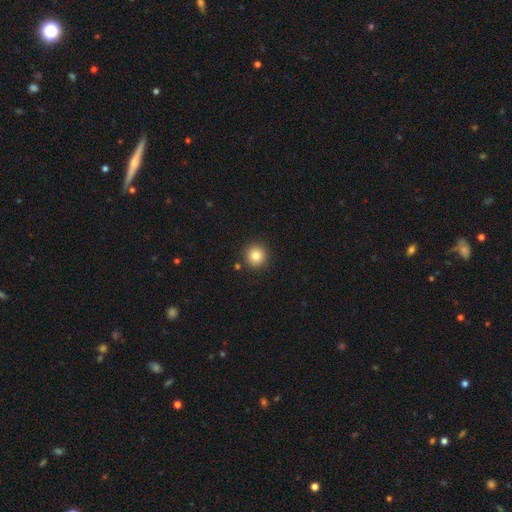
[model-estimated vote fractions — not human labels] smooth 84%, star or artifact 10%, featured or disk 6%. Down the decision tree: how rounded — round (94%); merging — none (89%).